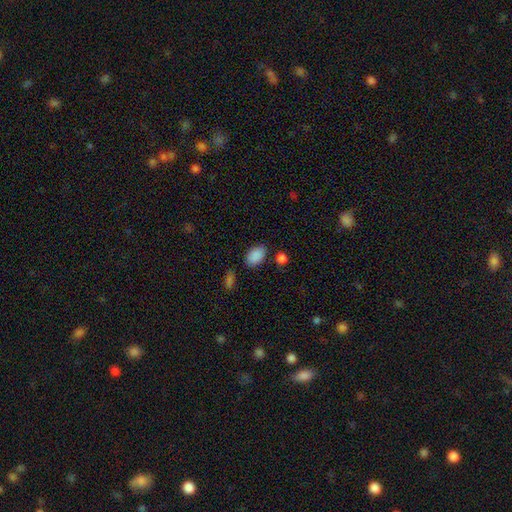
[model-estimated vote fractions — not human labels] A smooth galaxy with no disk features (88%) that is in between round and cigar-shaped (90%).

Vote fractions:
- Smooth or featured? smooth: 88% / star or artifact: 8% / featured or disk: 3%
- How rounded? in between: 90% / round: 8% / cigar-shaped: 1%
- Merging? none: 80% / minor disturbance: 12% / merger: 5% / major disturbance: 3%